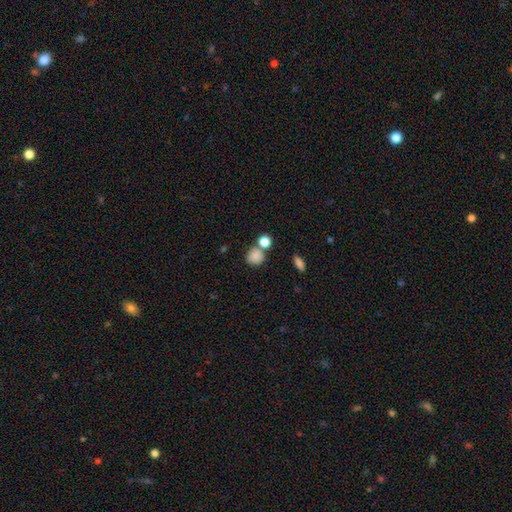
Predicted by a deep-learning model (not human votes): smooth_or_featured: smooth (p=0.83) [alt: star or artifact p=0.10]
how_rounded: round (p=0.80) [alt: in between p=0.19]
merging: none (p=0.60) [alt: merger p=0.23]